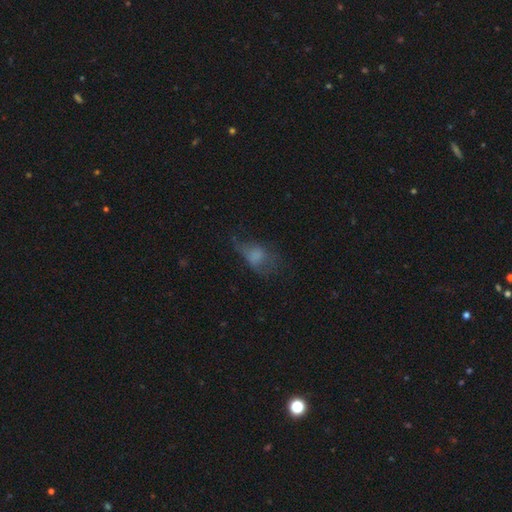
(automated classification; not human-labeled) Smooth or featured: smooth — 59% (featured or disk — 26%)
How rounded: in between — 78% (round — 18%)
Merging: major disturbance — 42% (none — 30%)